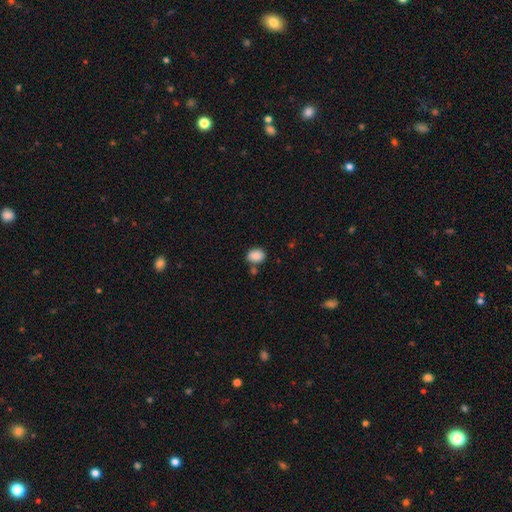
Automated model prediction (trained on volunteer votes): This is clearly a smooth galaxy (88%). How rounded: possibly in between (60%). Merging: likely none (71%).